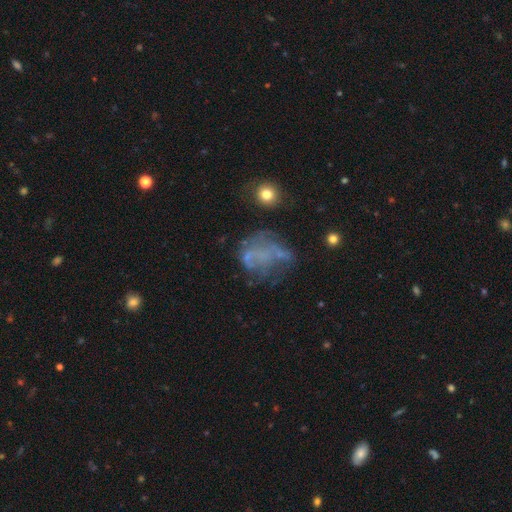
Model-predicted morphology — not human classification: Smooth or featured: featured or disk — 50% (smooth — 30%)
Merging: none — 36% (major disturbance — 34%)